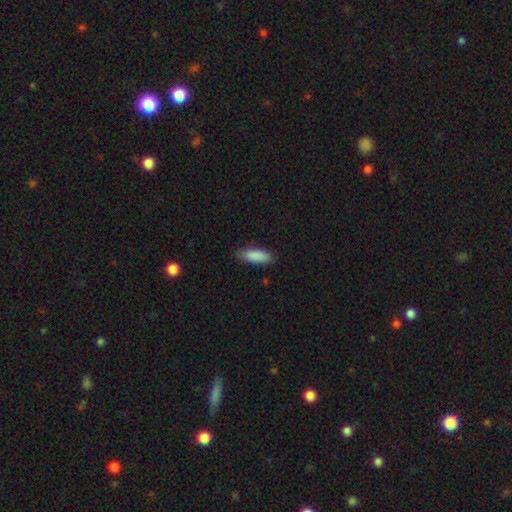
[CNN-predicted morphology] Smooth or featured? Predicted: smooth (p=0.88). How rounded? Predicted: in between (p=0.57). Merging? Predicted: none (p=0.83).